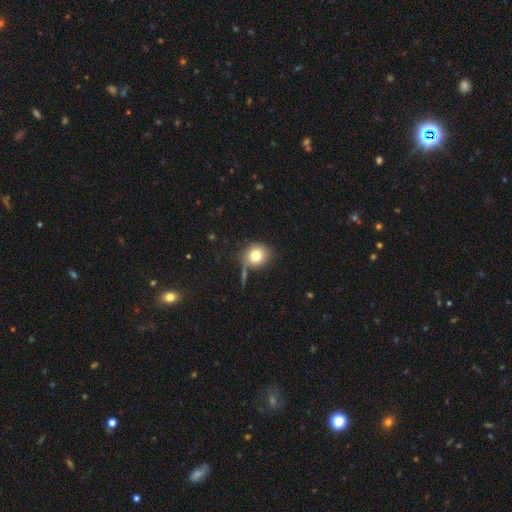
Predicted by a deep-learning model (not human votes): The model was most divided on "merging": none: 65%, minor disturbance: 16%, merger: 10%, major disturbance: 9%. More confident: how rounded — round (85%); smooth or featured — smooth (77%).